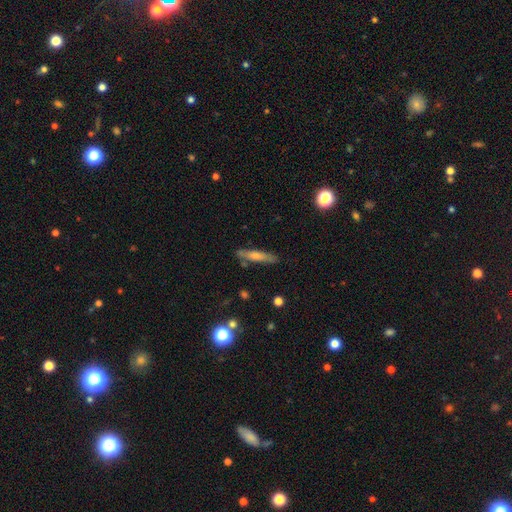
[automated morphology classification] smooth 50%, featured or disk 41%, star or artifact 9%. Down the decision tree: how rounded — cigar-shaped (88%); merging — none (82%).